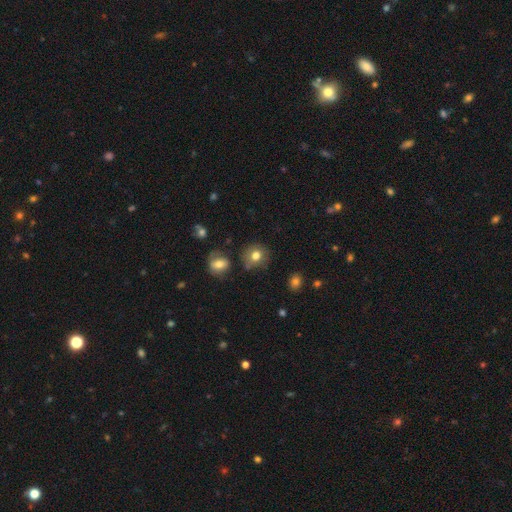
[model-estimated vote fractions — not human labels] Smooth or featured? Predicted: smooth (p=0.77). How rounded? Predicted: round (p=0.84). Merging? Predicted: none (p=0.76).